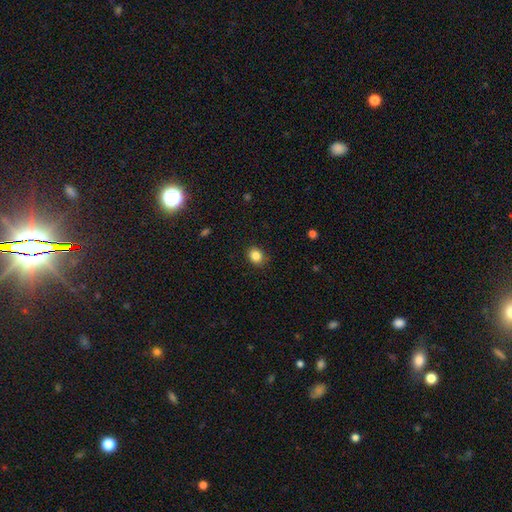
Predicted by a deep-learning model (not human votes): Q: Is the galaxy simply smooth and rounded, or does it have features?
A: smooth — 85%.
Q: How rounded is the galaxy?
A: round — 61%.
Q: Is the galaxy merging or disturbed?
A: none — 86%.